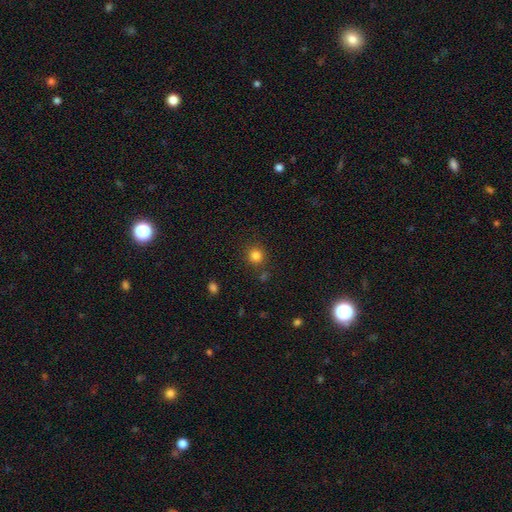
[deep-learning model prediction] Smooth or featured: smooth — 82% (star or artifact — 13%)
How rounded: round — 91% (in between — 8%)
Merging: none — 84% (minor disturbance — 8%)